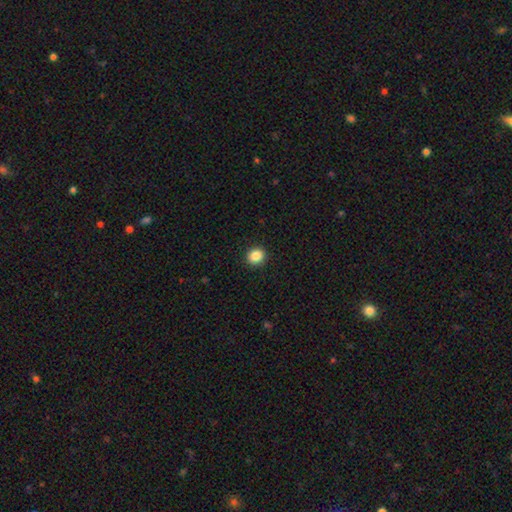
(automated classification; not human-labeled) The model was most divided on "how rounded": round: 83%, in between: 16%, cigar-shaped: 1%. More confident: merging — none (92%); smooth or featured — smooth (87%).